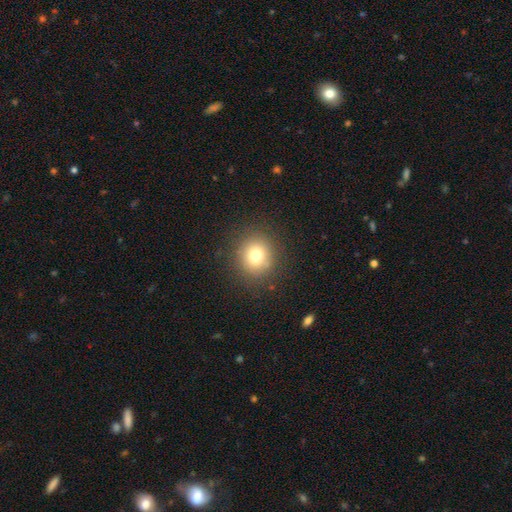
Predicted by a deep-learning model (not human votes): Q: Smooth or featured?
A: smooth (75%); runner-up: star or artifact (14%)
Q: How rounded?
A: round (87%); runner-up: in between (12%)
Q: Merging?
A: none (87%); runner-up: minor disturbance (8%)